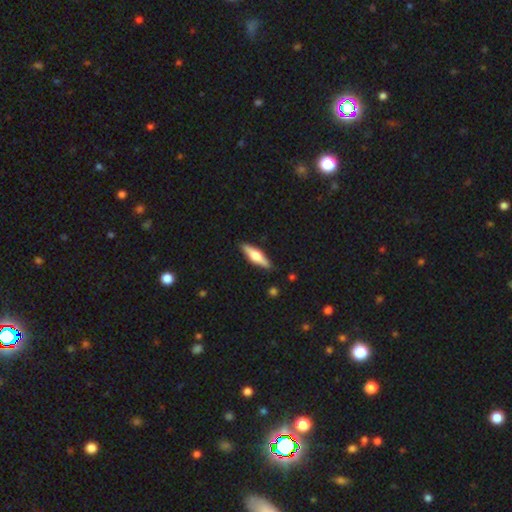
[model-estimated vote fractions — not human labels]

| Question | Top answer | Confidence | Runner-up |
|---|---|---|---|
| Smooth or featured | featured or disk | 54% | smooth (41%) |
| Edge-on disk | yes | 95% | no (5%) |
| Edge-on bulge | rounded | 90% | boxy (7%) |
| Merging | none | 90% | minor disturbance (7%) |